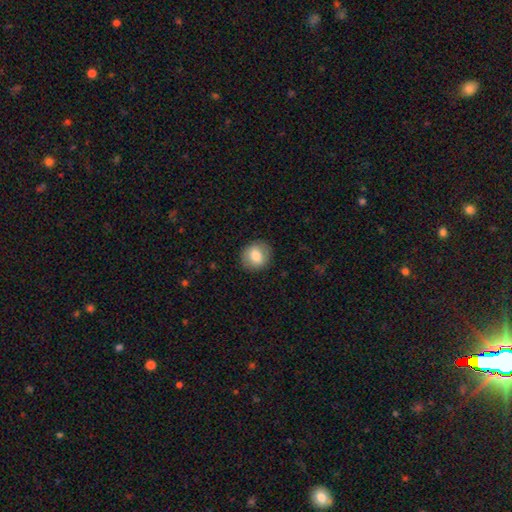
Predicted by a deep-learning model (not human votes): This appears to be a smooth galaxy with no disk features (76%) that is round (80%). Merging: none (87%).